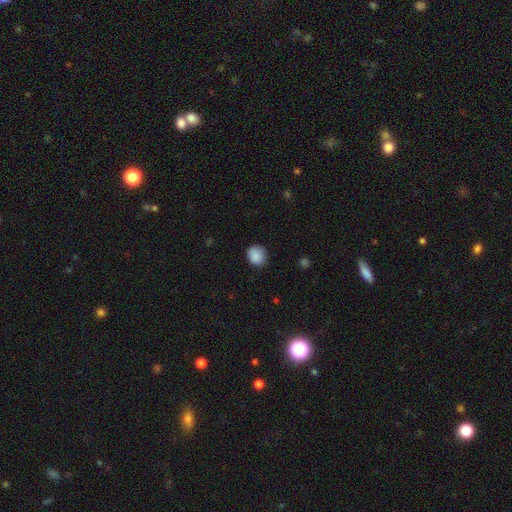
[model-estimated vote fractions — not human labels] This appears to be a smooth galaxy with no disk features (89%) that is round (75%). Merging: none (82%).